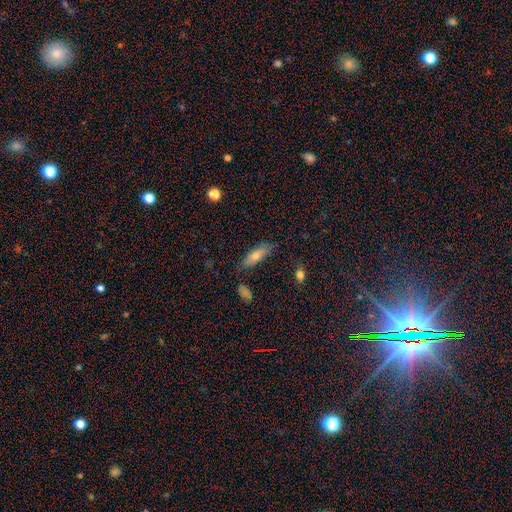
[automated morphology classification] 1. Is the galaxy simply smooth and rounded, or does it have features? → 66% smooth, 25% featured or disk, 9% star or artifact.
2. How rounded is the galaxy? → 57% in between, 40% cigar-shaped, 3% round.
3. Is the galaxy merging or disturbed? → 75% none, 18% minor disturbance, 4% major disturbance, 3% merger.